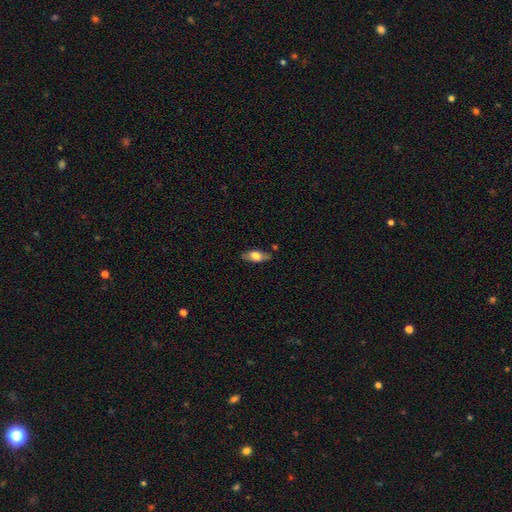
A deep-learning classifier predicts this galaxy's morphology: Smooth or featured? Predicted: smooth (p=0.66). How rounded? Predicted: in between (p=0.78). Merging? Predicted: none (p=0.75).